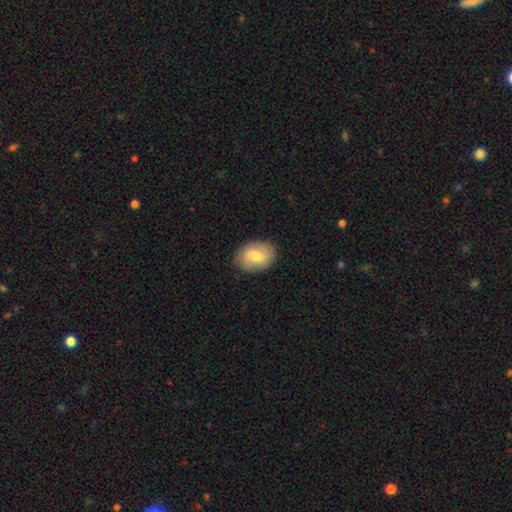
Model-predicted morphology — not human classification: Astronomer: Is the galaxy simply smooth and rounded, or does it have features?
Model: smooth — 73%.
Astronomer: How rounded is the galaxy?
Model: in between — 80%.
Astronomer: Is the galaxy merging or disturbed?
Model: none — 85%.